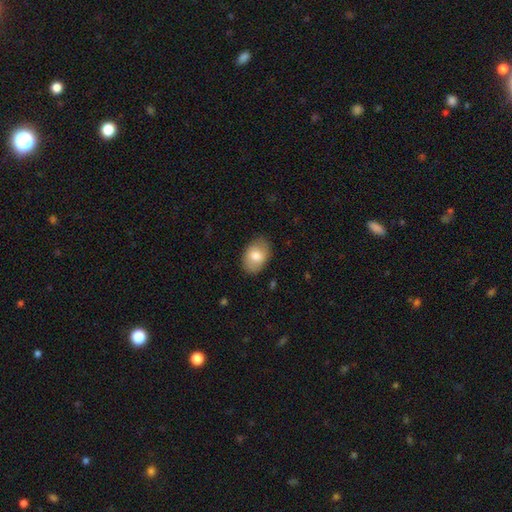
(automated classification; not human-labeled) smooth_or_featured: smooth (p=0.78) [alt: featured or disk p=0.15]
how_rounded: in between (p=0.83) [alt: round p=0.16]
merging: none (p=0.85) [alt: minor disturbance p=0.12]